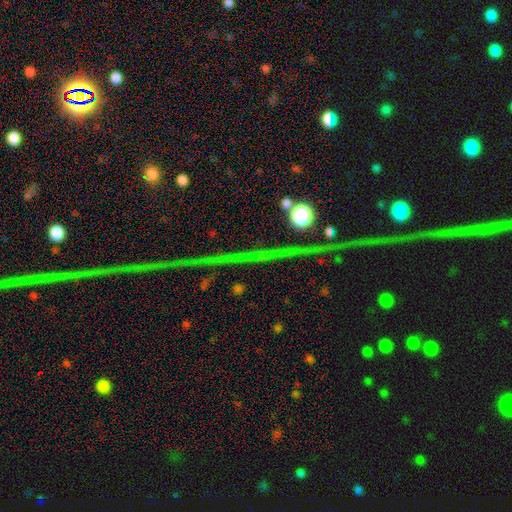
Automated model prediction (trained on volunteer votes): This appears to be a star or artifact, not a galaxy (83%).